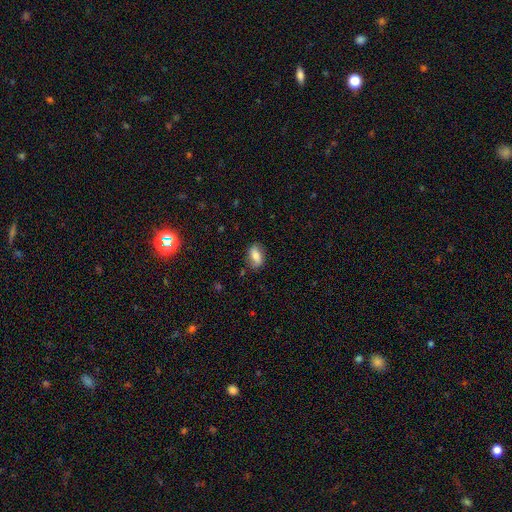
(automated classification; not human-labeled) Smooth or featured: smooth — 71% (featured or disk — 21%)
How rounded: in between — 85% (round — 8%)
Merging: none — 78% (minor disturbance — 16%)